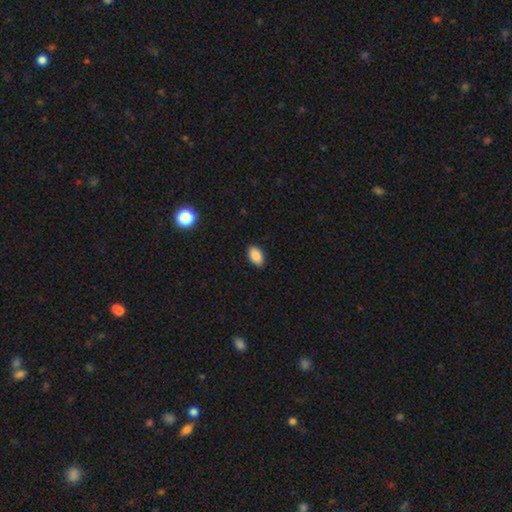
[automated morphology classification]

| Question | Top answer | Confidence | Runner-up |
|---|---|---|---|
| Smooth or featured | smooth | 89% | star or artifact (8%) |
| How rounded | in between | 91% | round (7%) |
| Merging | none | 87% | minor disturbance (10%) |